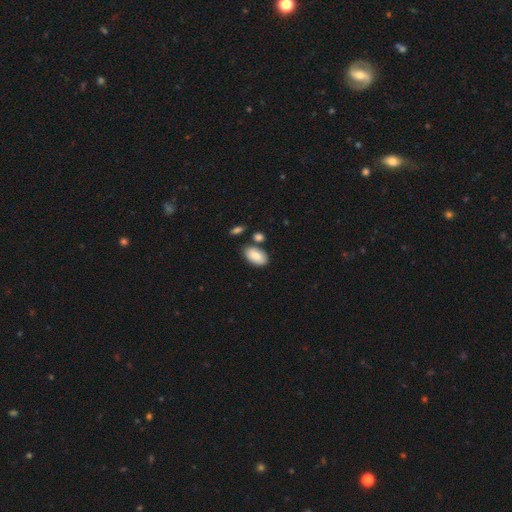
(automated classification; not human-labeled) Smooth or featured: smooth — 86% (featured or disk — 7%)
How rounded: in between — 95% (round — 4%)
Merging: none — 73% (minor disturbance — 13%)